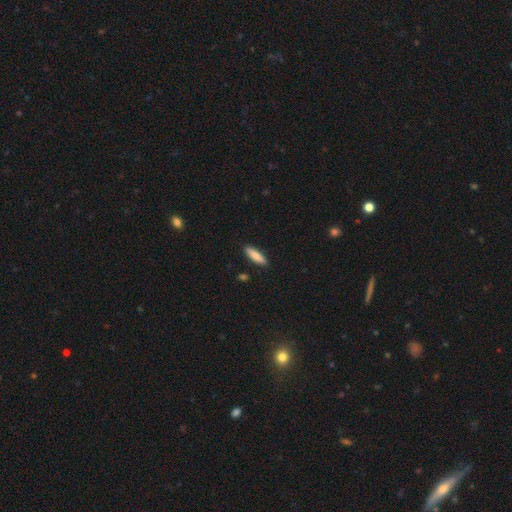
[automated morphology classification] Smooth or featured?
  - smooth: 82% *
  - featured or disk: 12%
  - star or artifact: 6%
How rounded?
  - cigar-shaped: 66% *
  - in between: 32%
  - round: 2%
Merging?
  - none: 89% *
  - minor disturbance: 8%
  - major disturbance: 2%
  - merger: 1%